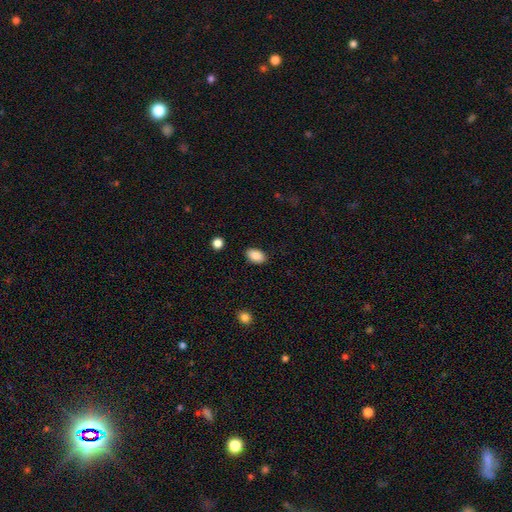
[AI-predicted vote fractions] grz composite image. It shows a smooth galaxy with no disk features (88%) that is in between round and cigar-shaped (91%). Merging: none (87%).